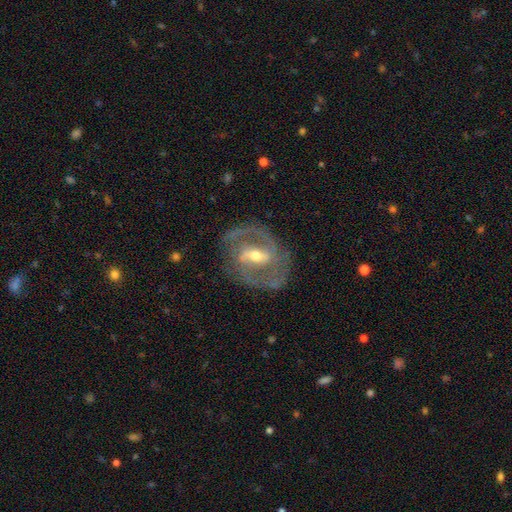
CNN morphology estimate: Smooth or featured?
  - featured or disk: 88% *
  - smooth: 7%
  - star or artifact: 5%
Edge-on disk?
  - no: 96% *
  - yes: 4%
Bar?
  - strong: 47% *
  - weak: 40%
  - no: 13%
Spiral arms?
  - yes: 94% *
  - no: 6%
Spiral winding?
  - medium: 55% *
  - tight: 31%
  - loose: 13%
Spiral arm count?
  - 2: 86% *
  - can't tell: 5%
  - 3: 4%
  - 1: 2%
  - 4: 1%
  - more than 4: 1%
Bulge size?
  - moderate: 57% *
  - small: 38%
  - large: 3%
  - none: 1%
  - dominant: 1%
Merging?
  - none: 77% *
  - minor disturbance: 15%
  - major disturbance: 7%
  - merger: 1%